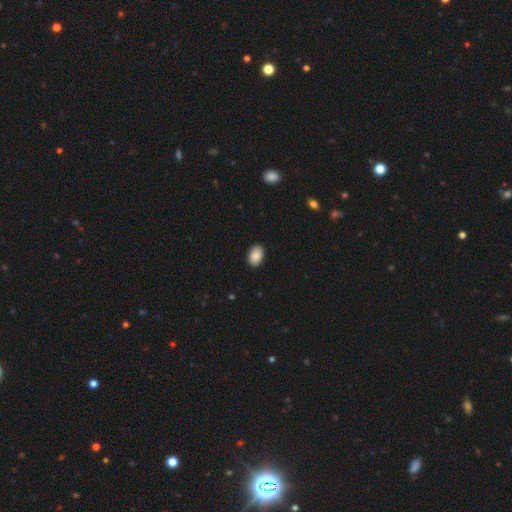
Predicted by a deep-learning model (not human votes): Morphology: type=smooth (89%); roundness=in between (89%); merging=none (90%).